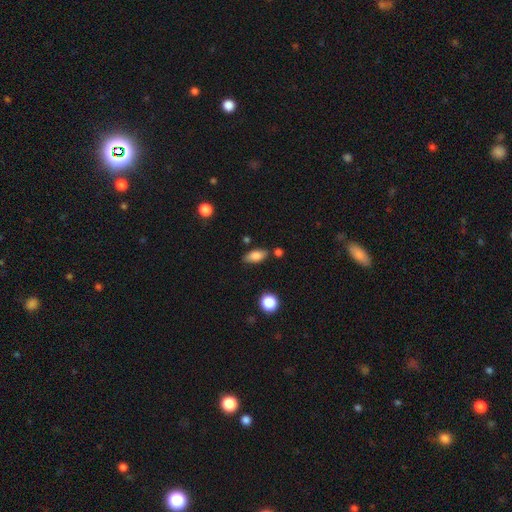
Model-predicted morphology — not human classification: Smooth or featured: smooth — 82% (featured or disk — 10%)
How rounded: in between — 85% (cigar-shaped — 10%)
Merging: none — 76% (minor disturbance — 14%)